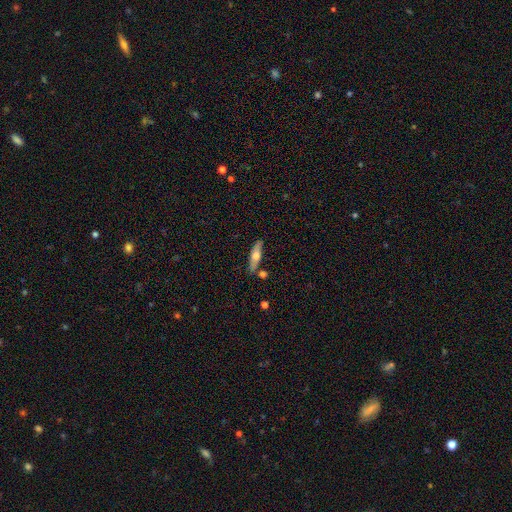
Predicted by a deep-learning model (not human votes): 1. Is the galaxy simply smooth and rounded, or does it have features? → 53% smooth, 41% featured or disk, 6% star or artifact.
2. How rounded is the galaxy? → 61% cigar-shaped, 36% in between, 3% round.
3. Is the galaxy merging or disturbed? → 75% none, 15% minor disturbance, 8% merger, 3% major disturbance.